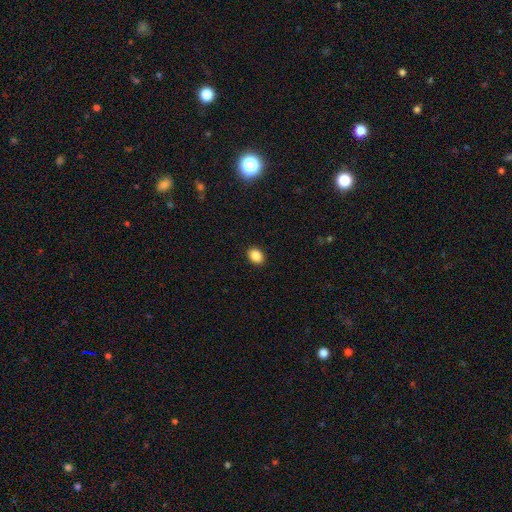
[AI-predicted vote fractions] Smooth or featured? Predicted: smooth (p=0.88). How rounded? Predicted: in between (p=0.65). Merging? Predicted: none (p=0.91).